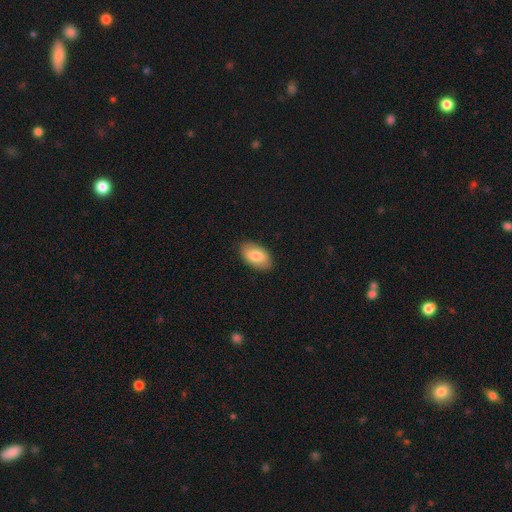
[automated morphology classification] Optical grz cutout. It shows a smooth galaxy with no disk features (77%) that is in between round and cigar-shaped (94%). Merging: none (87%).